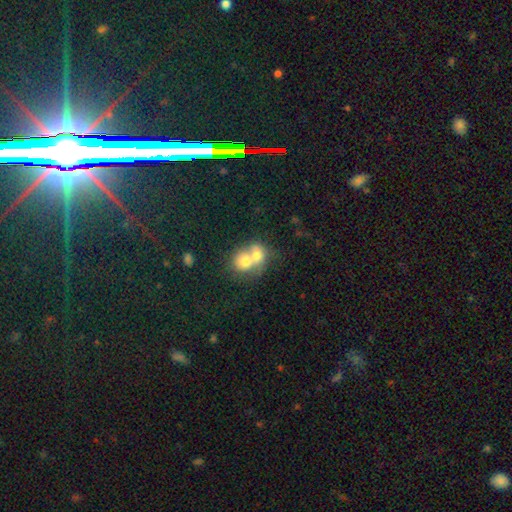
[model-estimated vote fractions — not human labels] Smooth or featured? smooth (61%)
How rounded? round (65%)
Merging? merger (72%)